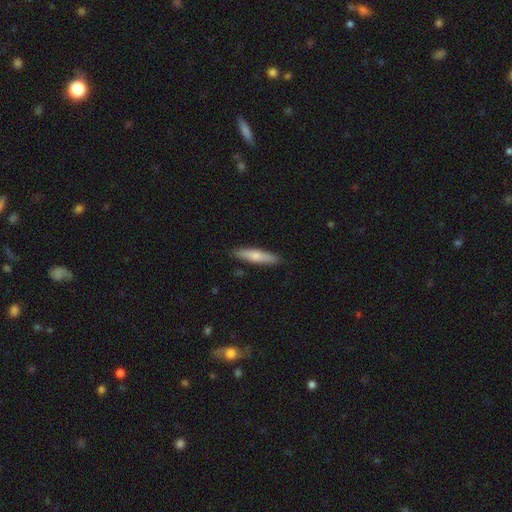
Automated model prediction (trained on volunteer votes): smooth_or_featured: smooth (p=0.70) [alt: featured or disk p=0.25]
how_rounded: cigar-shaped (p=0.83) [alt: in between p=0.16]
merging: none (p=0.87) [alt: minor disturbance p=0.10]